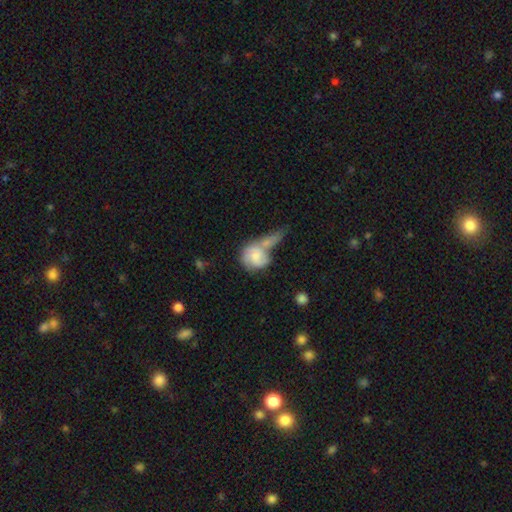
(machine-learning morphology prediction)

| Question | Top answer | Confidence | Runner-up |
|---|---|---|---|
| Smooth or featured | smooth | 61% | featured or disk (33%) |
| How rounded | round | 72% | in between (26%) |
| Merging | merger | 57% | none (18%) |